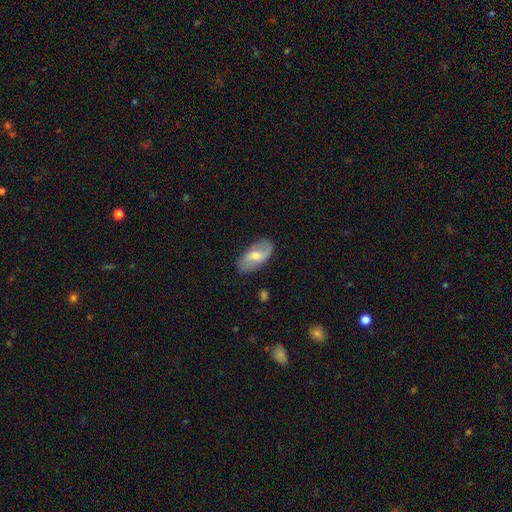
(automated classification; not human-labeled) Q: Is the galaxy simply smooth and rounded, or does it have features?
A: featured or disk — 52%.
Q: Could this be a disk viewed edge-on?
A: no — 93%.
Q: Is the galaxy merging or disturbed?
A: none — 81%.